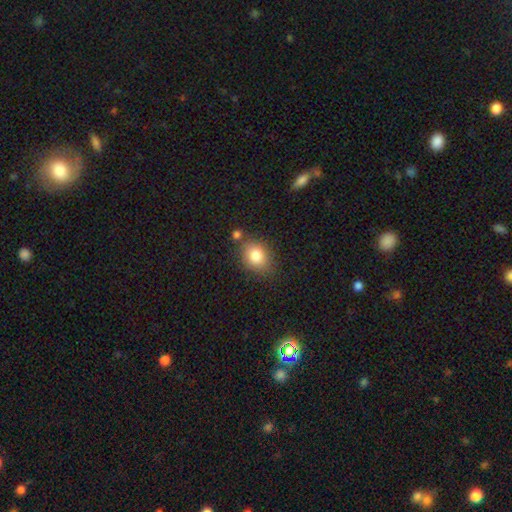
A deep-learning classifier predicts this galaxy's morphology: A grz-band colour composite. It shows a smooth galaxy with no disk features (81%) that is in between round and cigar-shaped (55%). Merging: none (71%).